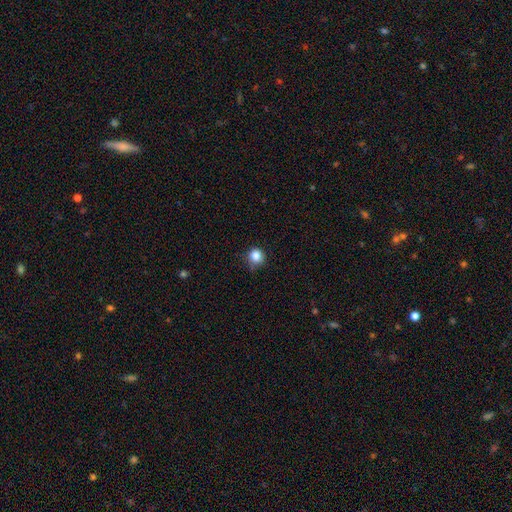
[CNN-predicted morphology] smooth 85%, star or artifact 11%, featured or disk 5%. Down the decision tree: how rounded — round (92%); merging — none (73%).